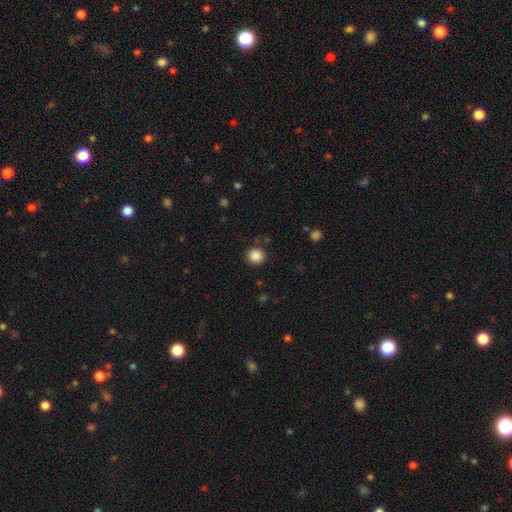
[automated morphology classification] A smooth galaxy with no disk features (87%) that is round (91%). Merging: none (87%).